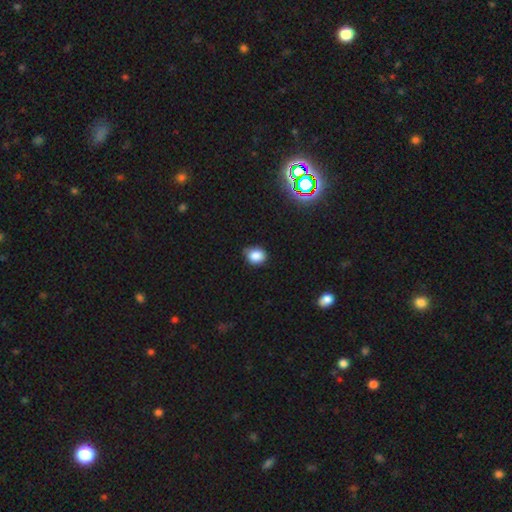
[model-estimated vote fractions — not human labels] This appears to be a smooth galaxy with no disk features (84%) that is round (62%). Merging: none (66%).